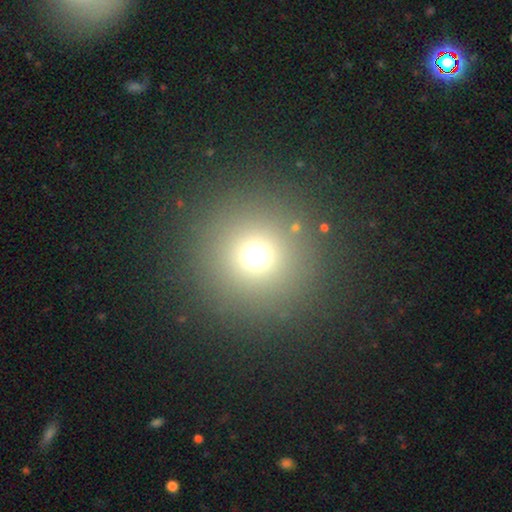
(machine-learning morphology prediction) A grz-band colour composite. It shows a smooth galaxy with no disk features (67%) that is round (95%). Merging: none (88%).